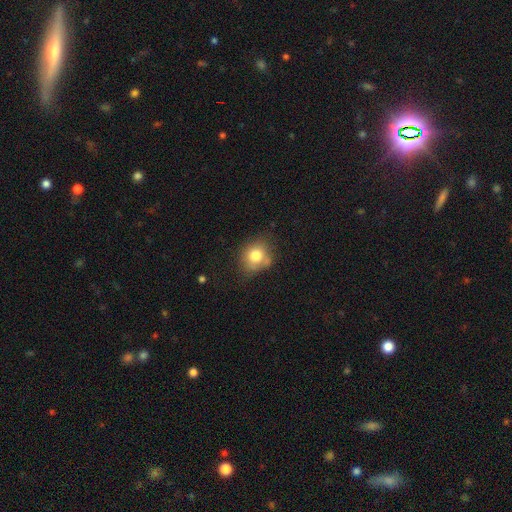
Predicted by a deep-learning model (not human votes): smooth 77%, featured or disk 13%, star or artifact 10%. Down the decision tree: how rounded — round (65%); merging — none (57%).